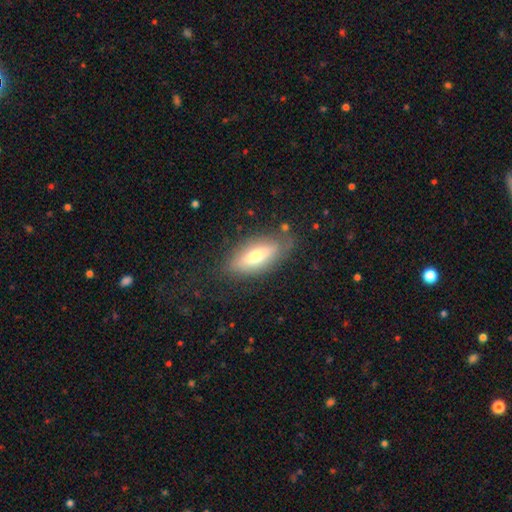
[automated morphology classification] A smooth galaxy with no disk features (59%) that is in between round and cigar-shaped (77%).

Vote fractions:
- Smooth or featured? smooth: 59% / featured or disk: 34% / star or artifact: 7%
- How rounded? in between: 77% / cigar-shaped: 20% / round: 3%
- Merging? none: 73% / minor disturbance: 19% / major disturbance: 6% / merger: 2%